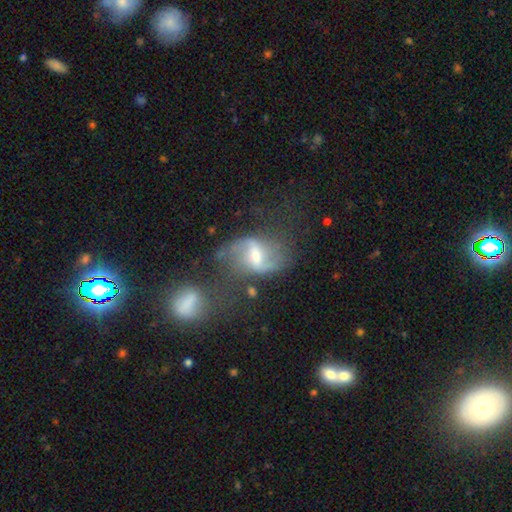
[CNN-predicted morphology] Smooth or featured? Predicted: featured or disk (p=0.79). Edge-on disk? Predicted: no (p=0.96). Bar? Predicted: weak (p=0.47). Spiral arms? Predicted: yes (p=0.89). Spiral winding? Predicted: loose (p=0.69). Spiral arm count? Predicted: 2 (p=0.89). Bulge size? Predicted: moderate (p=0.49). Merging? Predicted: none (p=0.47).